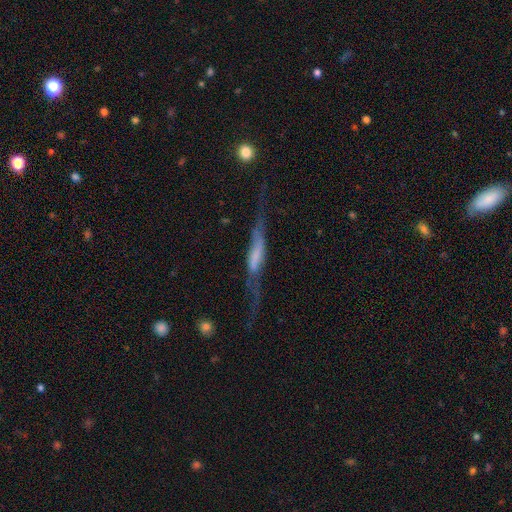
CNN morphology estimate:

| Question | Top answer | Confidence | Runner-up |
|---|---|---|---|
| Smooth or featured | featured or disk | 63% | smooth (29%) |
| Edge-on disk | yes | 70% | no (30%) |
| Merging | none | 42% | major disturbance (29%) |